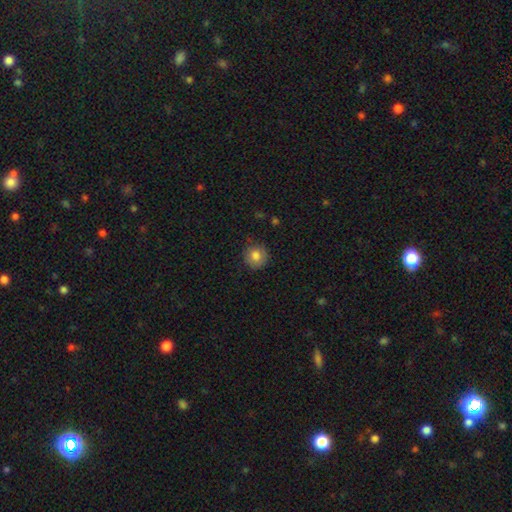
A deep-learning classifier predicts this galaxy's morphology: smooth_or_featured: smooth (p=0.82) [alt: star or artifact p=0.09]
how_rounded: round (p=0.91) [alt: in between p=0.08]
merging: none (p=0.85) [alt: minor disturbance p=0.11]